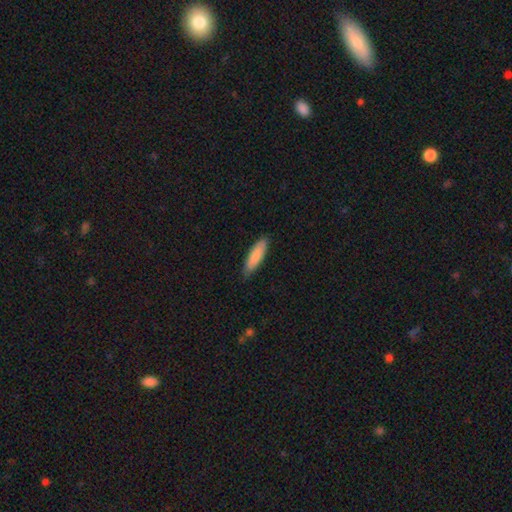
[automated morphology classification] The model was most divided on "how rounded": cigar-shaped: 58%, in between: 41%, round: 1%. More confident: smooth or featured — smooth (86%); merging — none (84%).